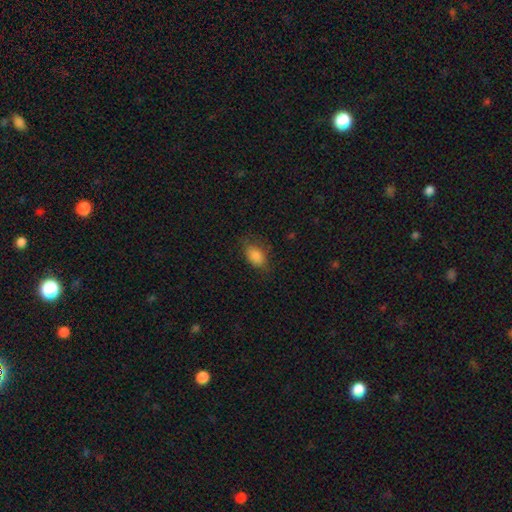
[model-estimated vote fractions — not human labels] The model was most divided on "merging": none: 70%, minor disturbance: 21%, major disturbance: 7%, merger: 1%. More confident: how rounded — in between (88%); smooth or featured — smooth (84%).